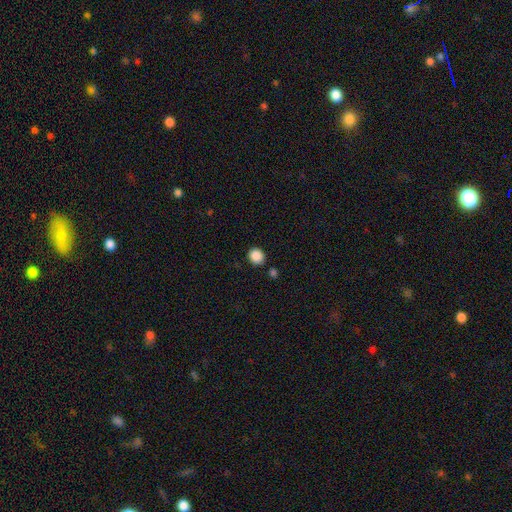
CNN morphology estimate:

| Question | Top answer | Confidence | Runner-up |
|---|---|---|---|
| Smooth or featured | smooth | 88% | star or artifact (9%) |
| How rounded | round | 82% | in between (17%) |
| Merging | none | 86% | minor disturbance (8%) |